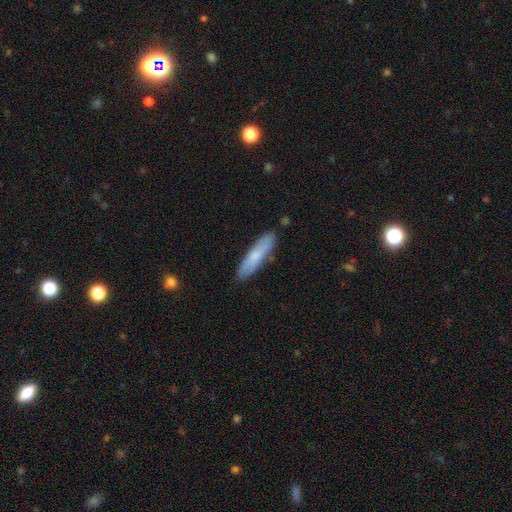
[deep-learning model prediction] smooth 68%, featured or disk 27%, star or artifact 6%. Down the decision tree: how rounded — cigar-shaped (79%); merging — none (84%).